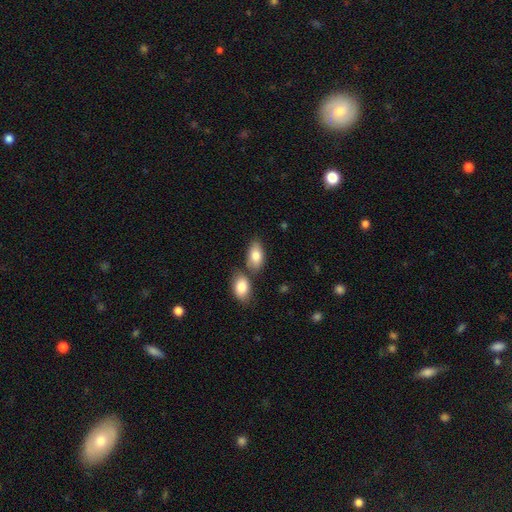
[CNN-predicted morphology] smooth_or_featured: smooth (p=0.82) [alt: featured or disk p=0.12]
how_rounded: in between (p=0.92) [alt: round p=0.05]
merging: none (p=0.58) [alt: merger p=0.24]